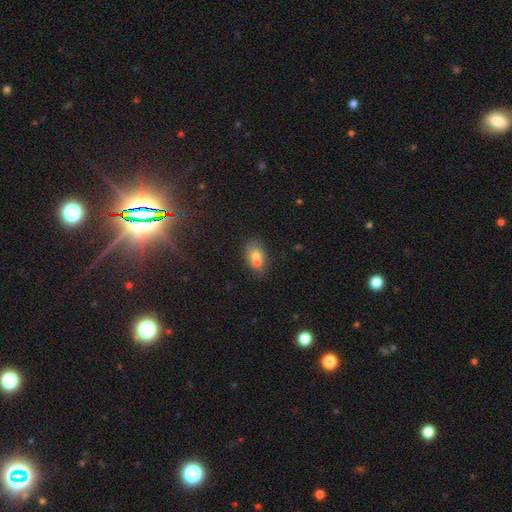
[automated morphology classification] Overall: smooth (66%). How rounded: in between (66%; round 33%). Merging: merger (54%; none 31%).